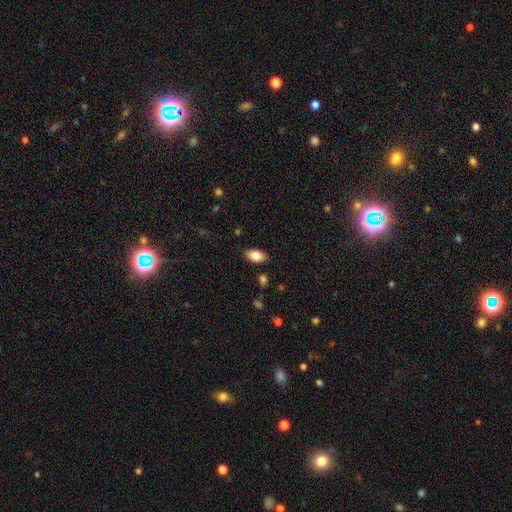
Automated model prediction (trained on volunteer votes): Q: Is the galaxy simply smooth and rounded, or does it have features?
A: smooth — 81%.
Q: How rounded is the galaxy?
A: in between — 92%.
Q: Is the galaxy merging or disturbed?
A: none — 86%.